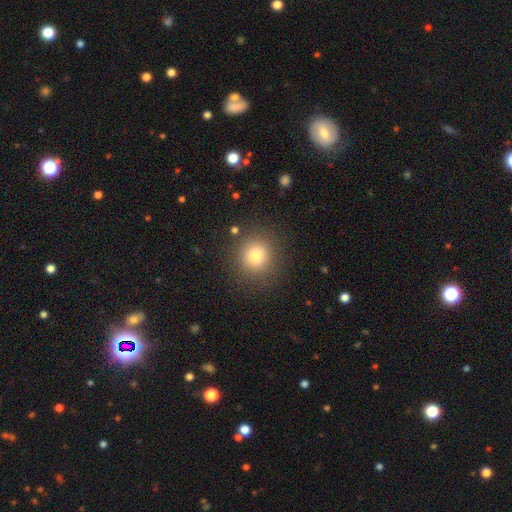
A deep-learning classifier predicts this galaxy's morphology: Q: Smooth or featured?
A: smooth (79%); runner-up: star or artifact (13%)
Q: How rounded?
A: round (91%); runner-up: in between (8%)
Q: Merging?
A: none (88%); runner-up: minor disturbance (7%)